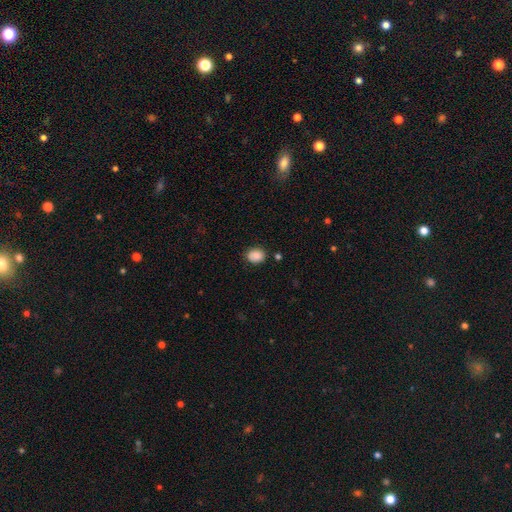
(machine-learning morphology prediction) Overall: smooth (87%). How rounded: in between (52%; round 47%). Merging: none (81%).